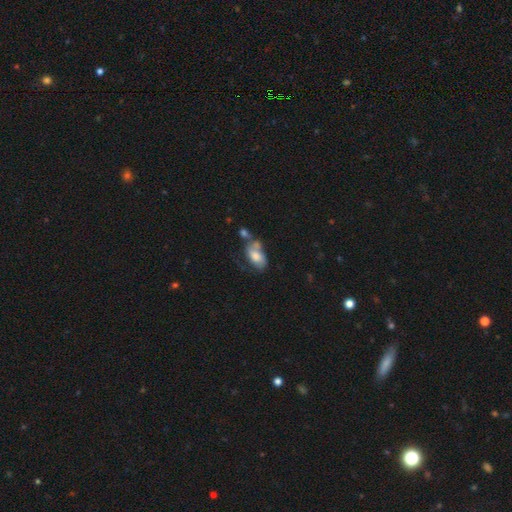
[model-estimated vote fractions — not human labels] Morphology: type=smooth (64%); roundness=in between (91%); merging=merger (33%).